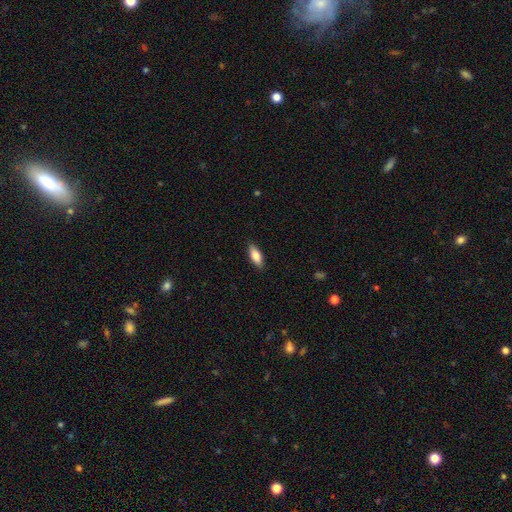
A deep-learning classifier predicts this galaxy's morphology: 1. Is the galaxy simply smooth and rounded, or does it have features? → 81% smooth, 13% featured or disk, 6% star or artifact.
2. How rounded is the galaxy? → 76% in between, 22% cigar-shaped, 2% round.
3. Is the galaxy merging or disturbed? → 88% none, 9% minor disturbance, 2% major disturbance, 1% merger.